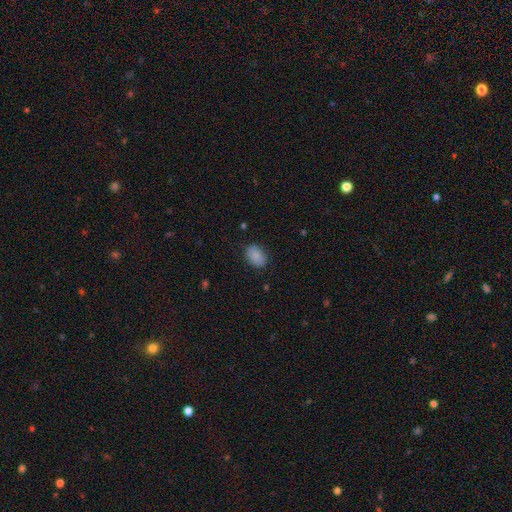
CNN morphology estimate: This appears to be a smooth galaxy with no disk features (88%) that is in between round and cigar-shaped (81%). Merging: none (83%).